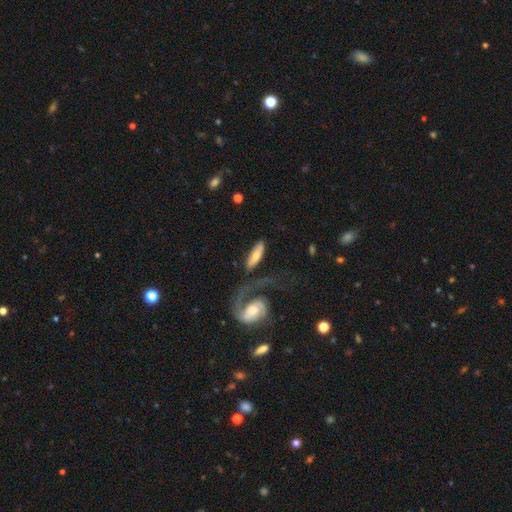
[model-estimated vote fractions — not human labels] Smooth or featured? smooth (53%)
How rounded? in between (55%)
Merging? none (56%)